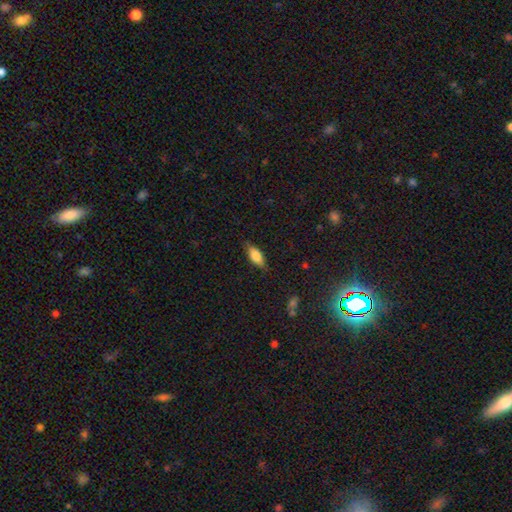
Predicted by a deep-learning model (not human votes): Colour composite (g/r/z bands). It shows a smooth galaxy with no disk features (77%) that is in between round and cigar-shaped (79%). Merging: none (77%).